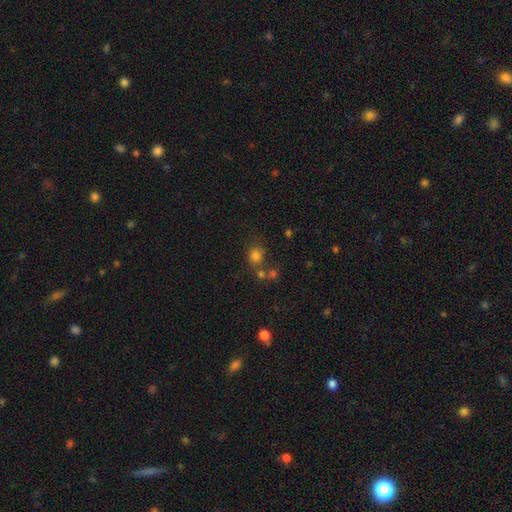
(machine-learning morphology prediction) A smooth galaxy with no disk features (75%) that is round (74%).

Vote fractions:
- Smooth or featured? smooth: 75% / star or artifact: 17% / featured or disk: 8%
- How rounded? round: 74% / in between: 25% / cigar-shaped: 1%
- Merging? none: 60% / merger: 23% / minor disturbance: 11% / major disturbance: 6%